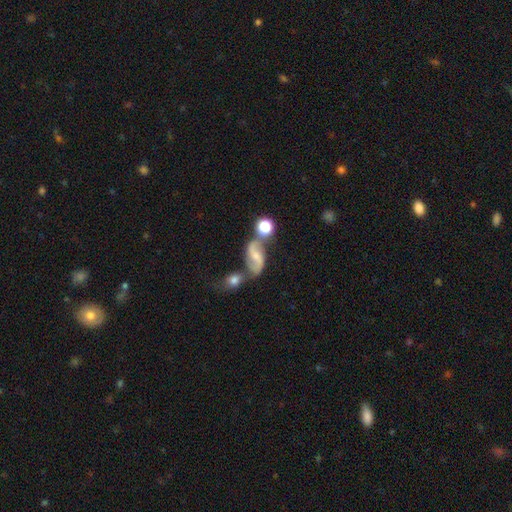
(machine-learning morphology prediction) The model was most divided on "bar": weak: 45%, no: 35%, strong: 20%. Remaining: edge-on disk — no (96%); spiral arms — yes (93%); spiral arm count — 2 (92%); smooth or featured — featured or disk (74%); spiral winding — loose (69%); bulge size — small (52%); merging — none (48%).